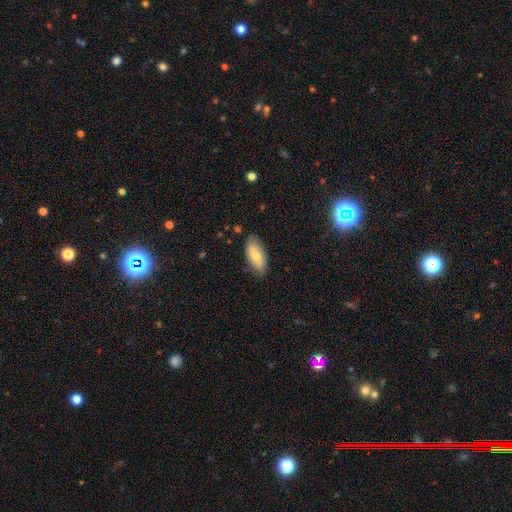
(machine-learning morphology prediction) smooth-or-featured: smooth: 72% | featured or disk: 22% | star or artifact: 6%
  how-rounded: in between: 88% | cigar-shaped: 10% | round: 2%
  merging: none: 81% | minor disturbance: 14% | major disturbance: 3% | merger: 1%